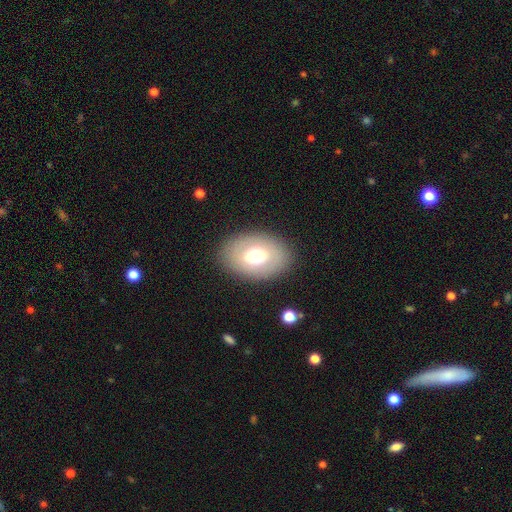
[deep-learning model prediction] This is likely a smooth galaxy (65%). How rounded: clearly in between (81%). Merging: clearly none (85%).